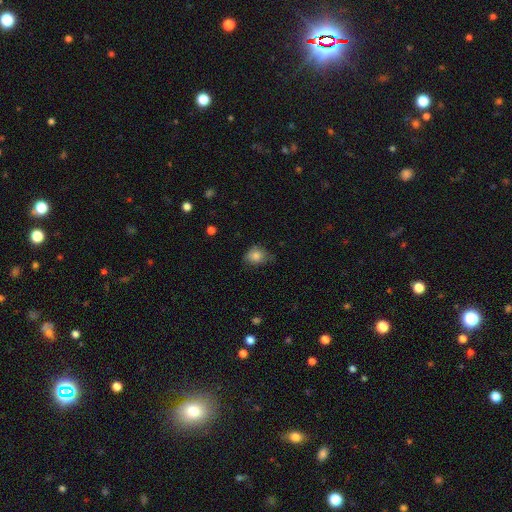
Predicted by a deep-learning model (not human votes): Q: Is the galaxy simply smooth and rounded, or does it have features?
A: smooth — 78%.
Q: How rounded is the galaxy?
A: round — 52%.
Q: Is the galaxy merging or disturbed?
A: none — 55%.